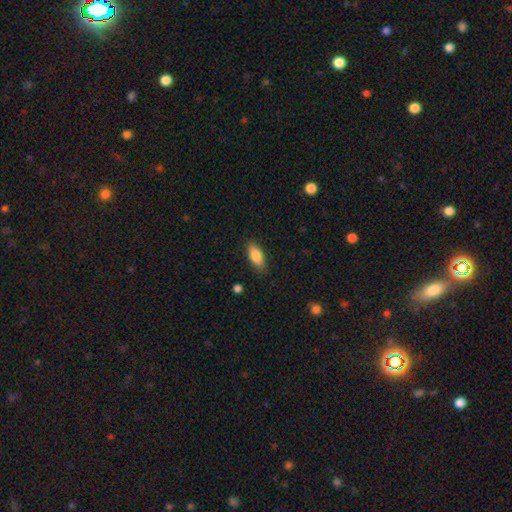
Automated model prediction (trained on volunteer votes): smooth 83%, featured or disk 10%, star or artifact 7%. Down the decision tree: how rounded — in between (83%); merging — none (86%).